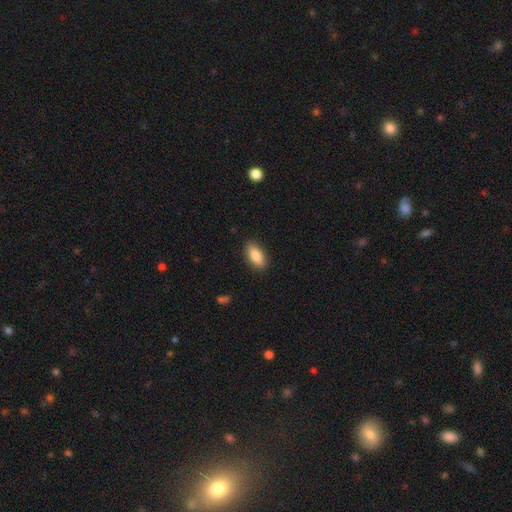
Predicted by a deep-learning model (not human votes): Smooth or featured?
  - smooth: 84% *
  - featured or disk: 10%
  - star or artifact: 7%
How rounded?
  - in between: 85% *
  - cigar-shaped: 12%
  - round: 3%
Merging?
  - none: 88% *
  - minor disturbance: 9%
  - major disturbance: 2%
  - merger: 1%